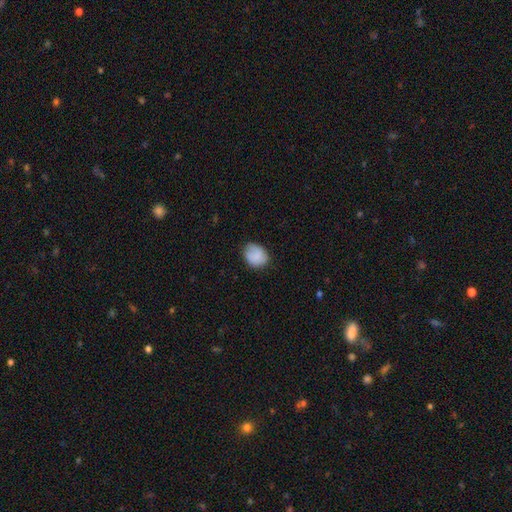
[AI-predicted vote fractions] Smooth or featured?
  - smooth: 82% *
  - featured or disk: 10%
  - star or artifact: 8%
How rounded?
  - round: 50% *
  - in between: 49%
  - cigar-shaped: 1%
Merging?
  - none: 72% *
  - minor disturbance: 22%
  - major disturbance: 5%
  - merger: 1%